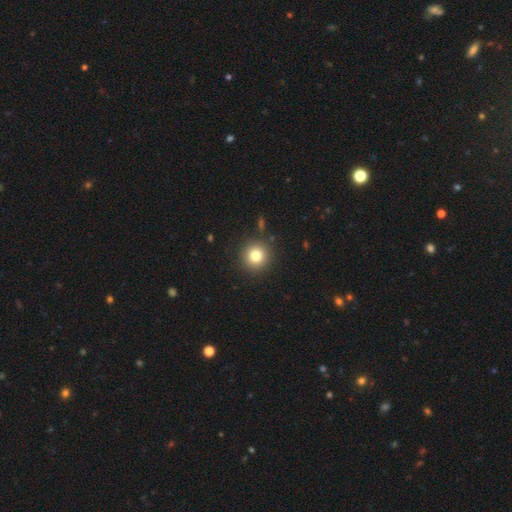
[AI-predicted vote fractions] Q: Smooth or featured?
A: smooth (79%); runner-up: star or artifact (12%)
Q: How rounded?
A: round (94%); runner-up: in between (5%)
Q: Merging?
A: none (89%); runner-up: minor disturbance (6%)